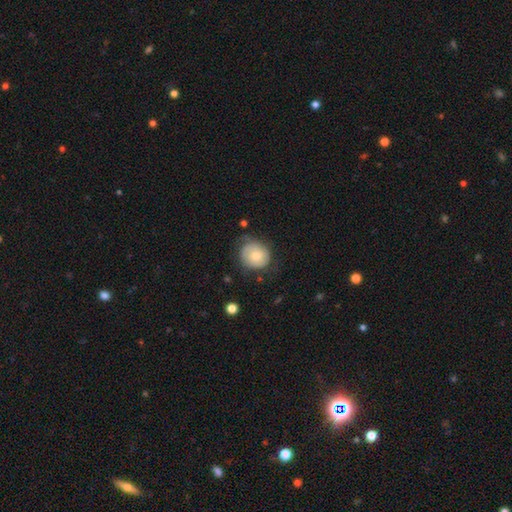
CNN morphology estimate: This is likely a smooth galaxy (61%). How rounded: clearly round (80%). Merging: possibly none (58%).